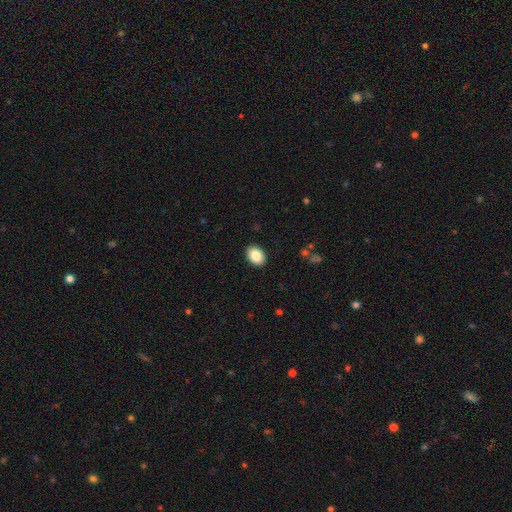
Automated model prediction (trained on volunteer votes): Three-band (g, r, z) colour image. It shows a smooth galaxy with no disk features (87%) that is in between round and cigar-shaped (79%). Merging: none (90%).